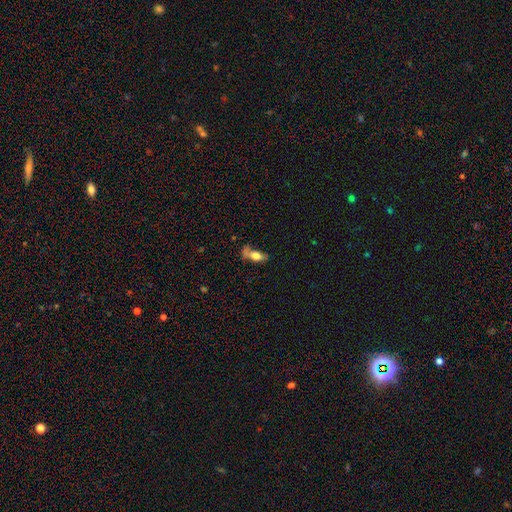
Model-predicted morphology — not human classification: Smooth or featured: smooth — 65% (featured or disk — 25%)
How rounded: in between — 77% (cigar-shaped — 15%)
Merging: none — 35% (minor disturbance — 25%)